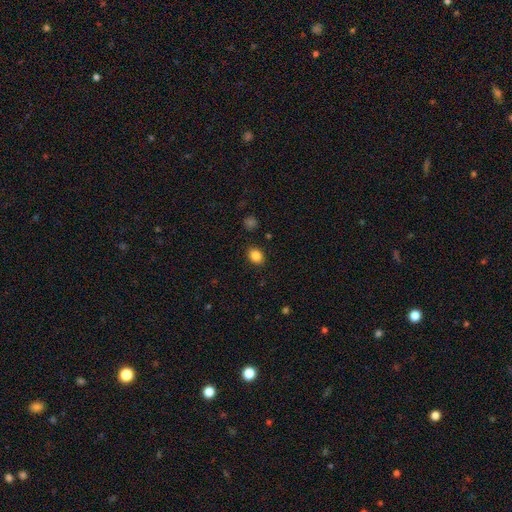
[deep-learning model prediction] Smooth or featured? Predicted: smooth (p=0.85). How rounded? Predicted: in between (p=0.61). Merging? Predicted: none (p=0.86).